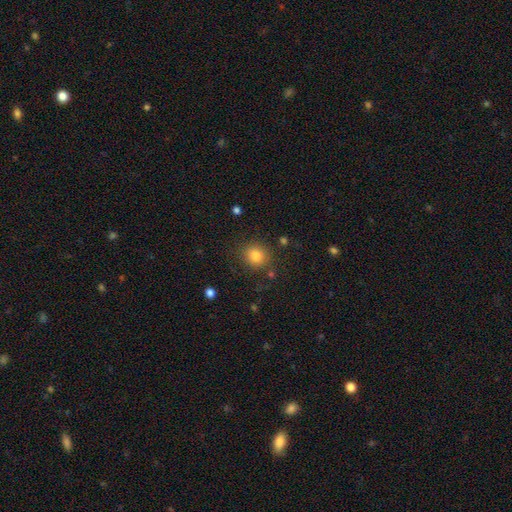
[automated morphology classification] The model was most divided on "how rounded": round: 83%, in between: 16%, cigar-shaped: 1%. More confident: merging — none (85%); smooth or featured — smooth (83%).